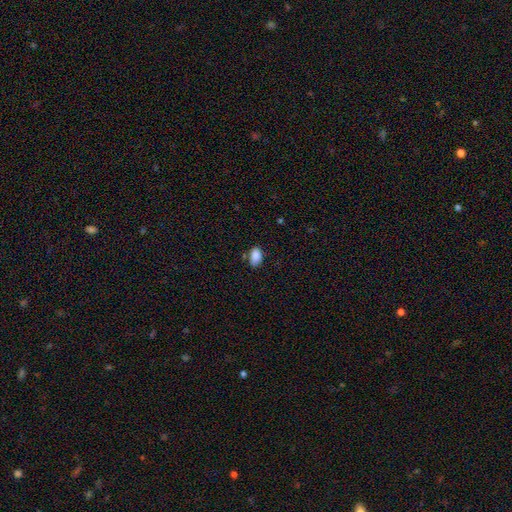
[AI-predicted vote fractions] This is clearly a smooth galaxy (87%). How rounded: clearly in between (90%). Merging: likely none (73%).